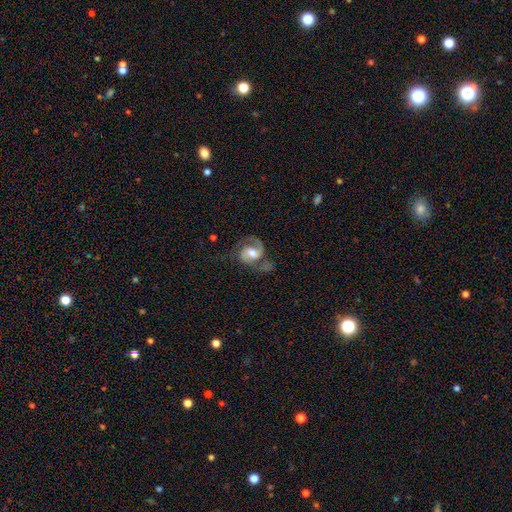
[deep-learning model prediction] This is clearly a featured or disk galaxy (85%). It is clearly not viewed edge-on (98%). Bar: marginally weak (42%). Spiral arm pattern: clearly yes (96%). Spiral arm count: clearly 2 (86%). Spiral winding: possibly medium (55%). Central bulge: likely moderate (66%). Merging: likely none (60%).